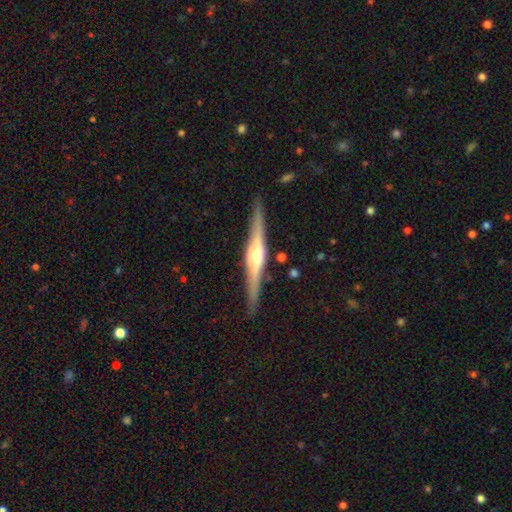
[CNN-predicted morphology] smooth-or-featured: featured or disk: 80% | smooth: 15% | star or artifact: 5%
  disk-edge-on: yes: 98% | no: 2%
    edge-on-bulge: rounded: 85% | boxy: 11% | none: 4%
  merging: none: 90% | minor disturbance: 7% | major disturbance: 2% | merger: 1%